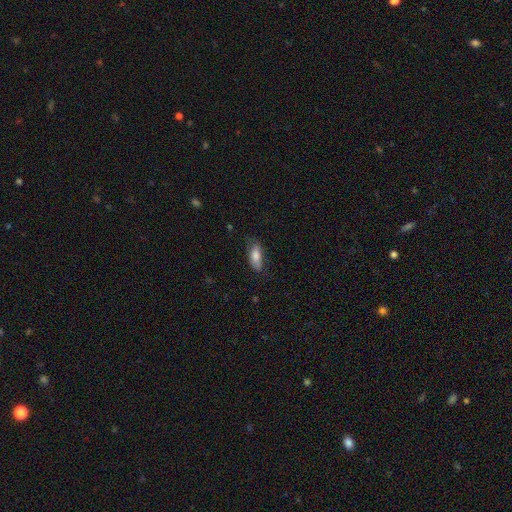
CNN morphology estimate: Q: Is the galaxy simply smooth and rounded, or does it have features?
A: smooth — 81%.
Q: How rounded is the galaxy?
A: in between — 79%.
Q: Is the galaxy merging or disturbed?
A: none — 69%.